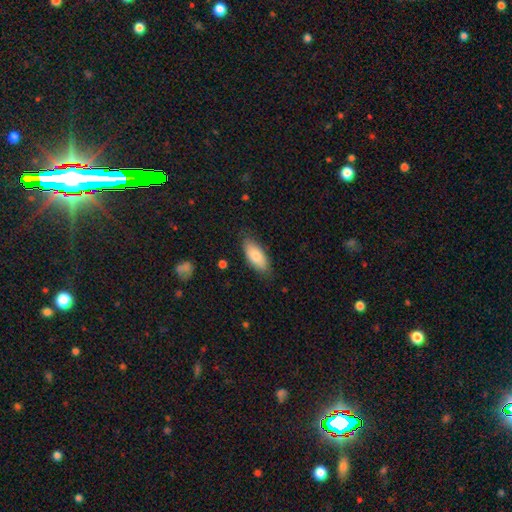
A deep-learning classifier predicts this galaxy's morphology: Smooth or featured: smooth — 81% (featured or disk — 13%)
How rounded: in between — 86% (cigar-shaped — 12%)
Merging: none — 79% (minor disturbance — 16%)